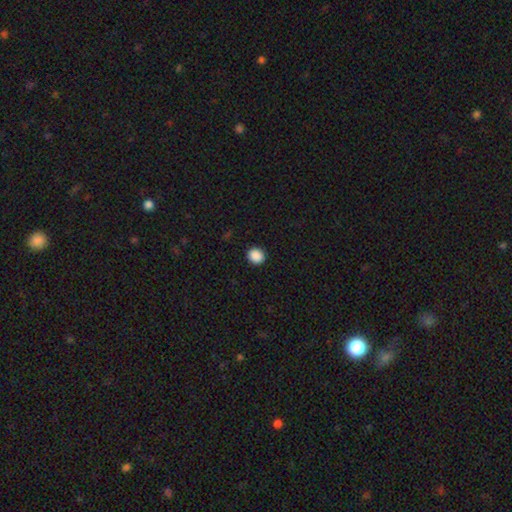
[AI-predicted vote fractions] smooth 89%, star or artifact 9%, featured or disk 2%. Down the decision tree: how rounded — round (78%); merging — none (92%).